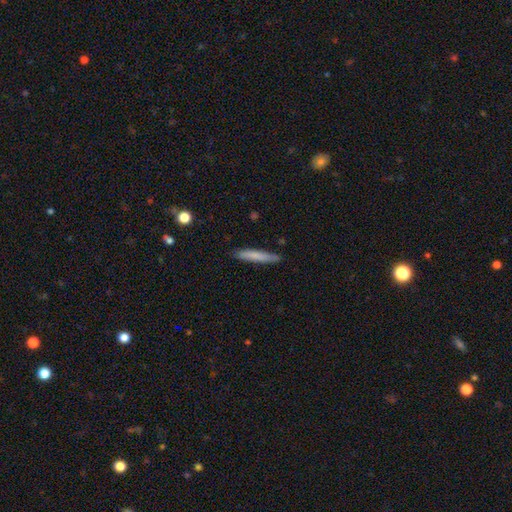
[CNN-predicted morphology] Smooth or featured?
  - smooth: 74% *
  - featured or disk: 20%
  - star or artifact: 6%
How rounded?
  - cigar-shaped: 94% *
  - in between: 5%
  - round: 1%
Merging?
  - none: 85% *
  - minor disturbance: 12%
  - major disturbance: 2%
  - merger: 1%